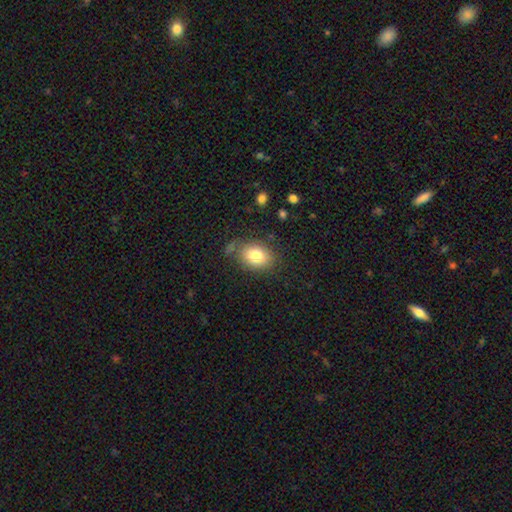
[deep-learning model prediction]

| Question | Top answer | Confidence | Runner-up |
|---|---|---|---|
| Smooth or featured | smooth | 80% | featured or disk (11%) |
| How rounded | in between | 71% | round (28%) |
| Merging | none | 75% | minor disturbance (16%) |